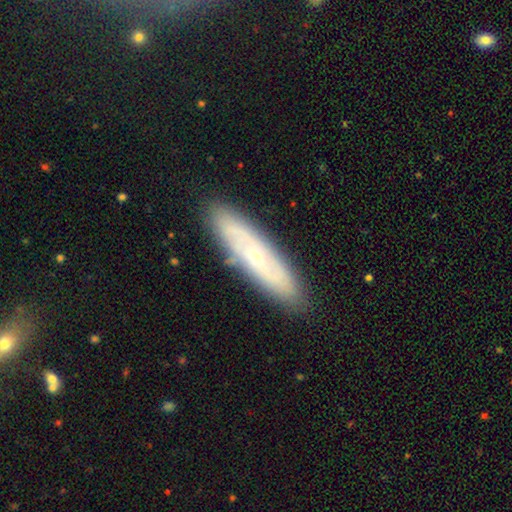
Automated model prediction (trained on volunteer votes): Overall: featured or disk (62%; smooth 31%). Edge-on disk: no (65%; yes 35%). Merging: none (87%).